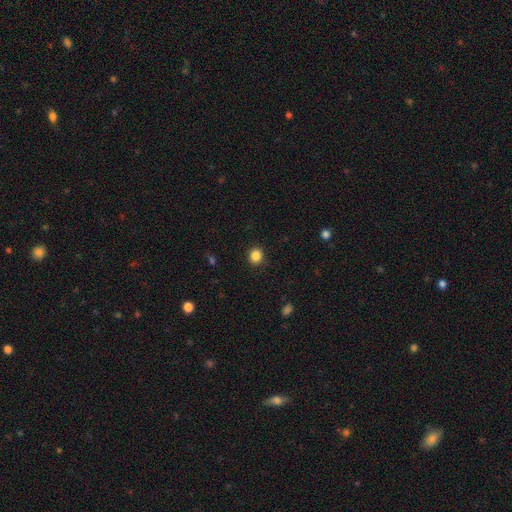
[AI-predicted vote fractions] smooth_or_featured: smooth (p=0.86) [alt: star or artifact p=0.11]
how_rounded: round (p=0.80) [alt: in between p=0.19]
merging: none (p=0.91) [alt: minor disturbance p=0.06]